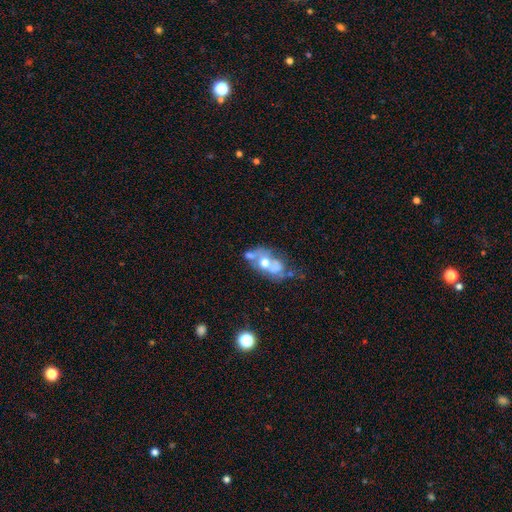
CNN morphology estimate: Smooth or featured: featured or disk — 54% (smooth — 34%)
Edge-on disk: no — 94% (yes — 6%)
Bar: no — 88% (weak — 9%)
Spiral arms: no — 81% (yes — 19%)
Bulge size: moderate — 63% (large — 21%)
Merging: merger — 34% (none — 29%)